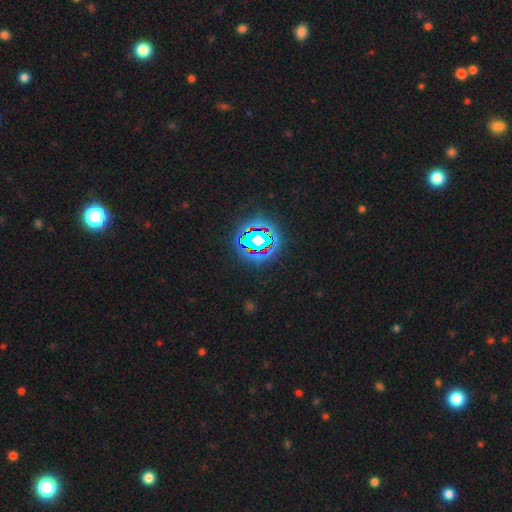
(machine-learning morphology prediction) smooth-or-featured: star or artifact: 82% | smooth: 11% | featured or disk: 7%